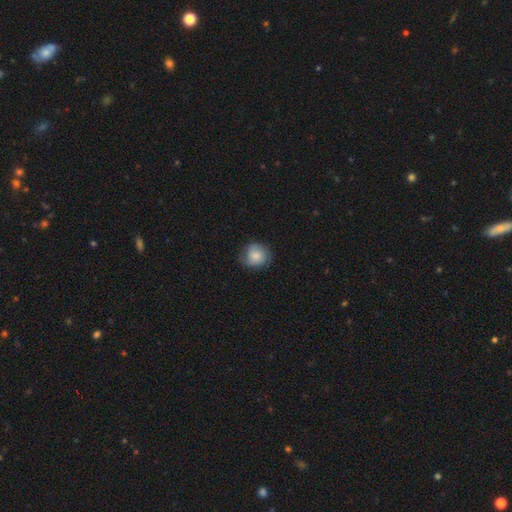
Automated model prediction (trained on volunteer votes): A smooth galaxy with no disk features (78%) that is round (82%). Merging: none (70%).